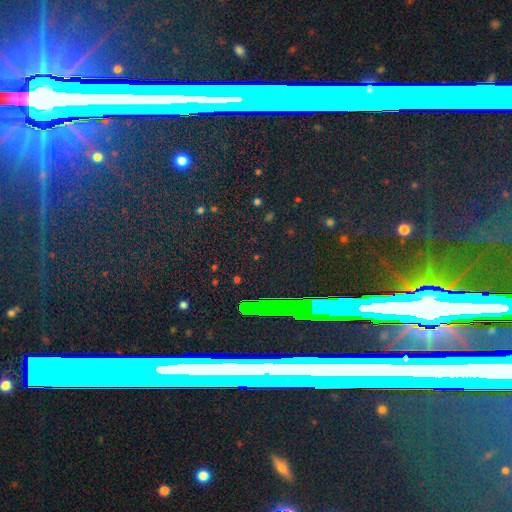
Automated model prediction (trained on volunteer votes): Smooth or featured?
  - star or artifact: 72% *
  - featured or disk: 15%
  - smooth: 13%